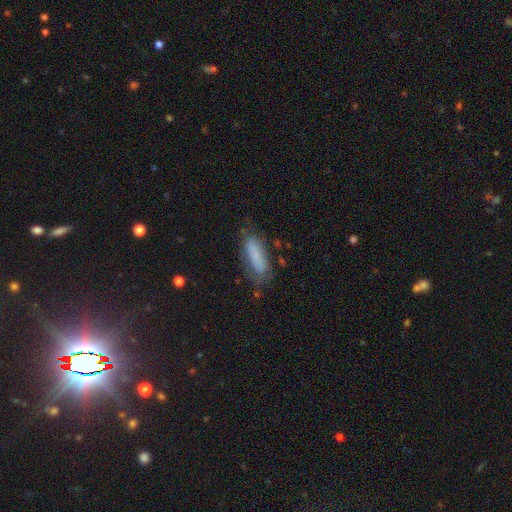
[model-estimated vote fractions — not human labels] Smooth or featured?
  - smooth: 73% *
  - featured or disk: 19%
  - star or artifact: 9%
How rounded?
  - in between: 56% *
  - cigar-shaped: 42%
  - round: 2%
Merging?
  - none: 66% *
  - minor disturbance: 22%
  - major disturbance: 9%
  - merger: 3%